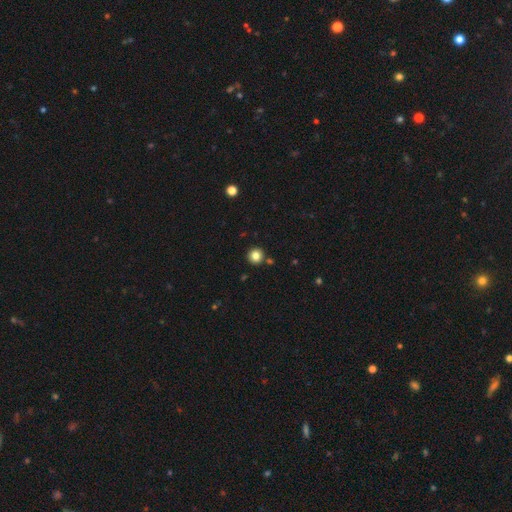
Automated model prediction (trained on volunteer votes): The model was most divided on "smooth or featured": smooth: 83%, star or artifact: 11%, featured or disk: 6%. More confident: how rounded — round (94%); merging — none (88%).